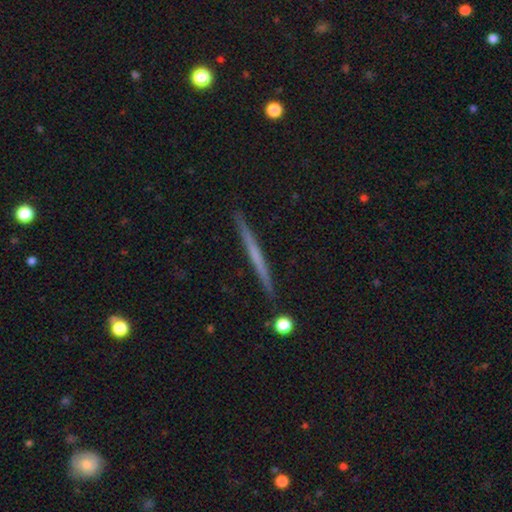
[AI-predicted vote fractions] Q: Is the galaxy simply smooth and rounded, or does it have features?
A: featured or disk — 53%.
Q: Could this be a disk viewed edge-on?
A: yes — 98%.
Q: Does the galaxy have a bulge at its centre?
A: none — 90%.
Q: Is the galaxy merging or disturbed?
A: none — 92%.